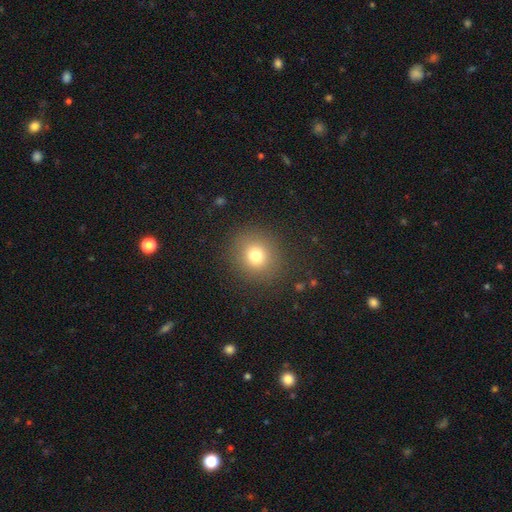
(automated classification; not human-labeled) This is likely a smooth galaxy (77%). How rounded: clearly round (87%). Merging: clearly none (88%).